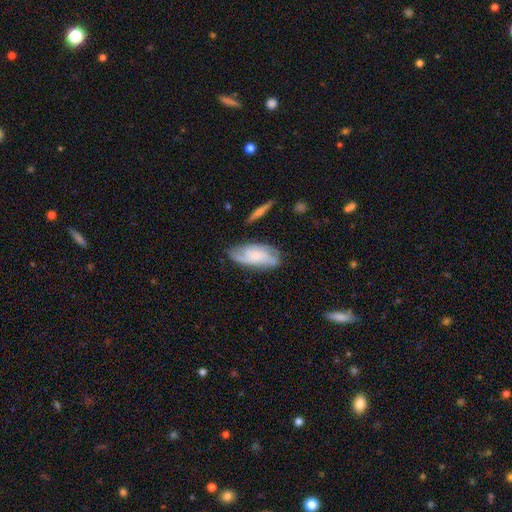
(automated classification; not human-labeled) Smooth or featured? featured or disk (63%)
Edge-on disk? no (91%)
Bar? no (70%)
Spiral arms? yes (89%)
Spiral winding? medium (43%)
Spiral arm count? 2 (36%)
Bulge size? small (59%)
Merging? none (66%)